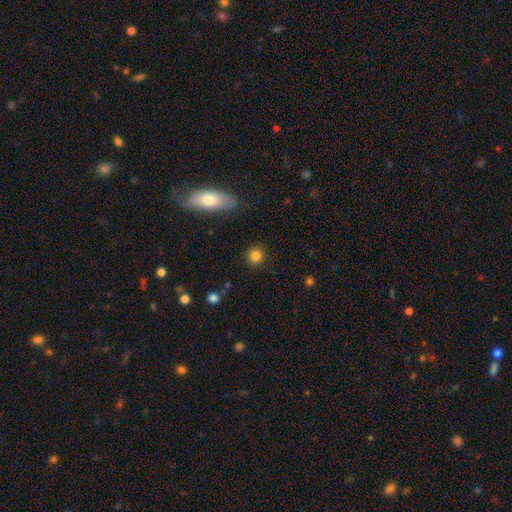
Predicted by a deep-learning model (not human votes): Morphology: type=smooth (84%); roundness=round (89%); merging=none (88%).